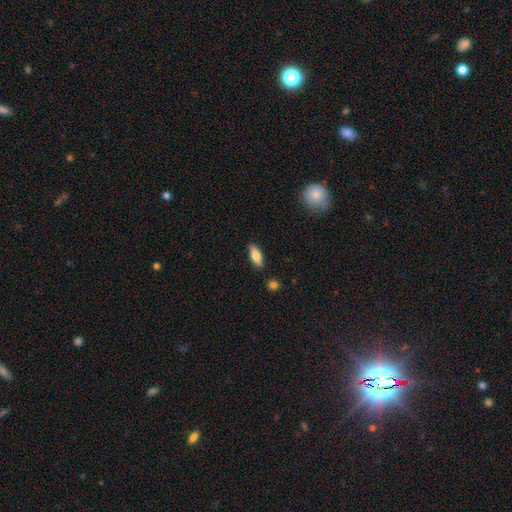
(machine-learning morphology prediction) smooth_or_featured: smooth (p=0.71) [alt: featured or disk p=0.23]
how_rounded: in between (p=0.66) [alt: cigar-shaped p=0.31]
merging: none (p=0.86) [alt: minor disturbance p=0.10]